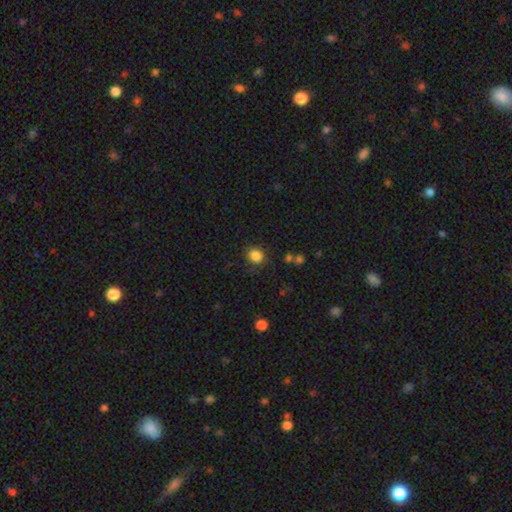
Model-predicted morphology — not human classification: A smooth galaxy with no disk features (85%) that is round (77%). Merging: none (83%).